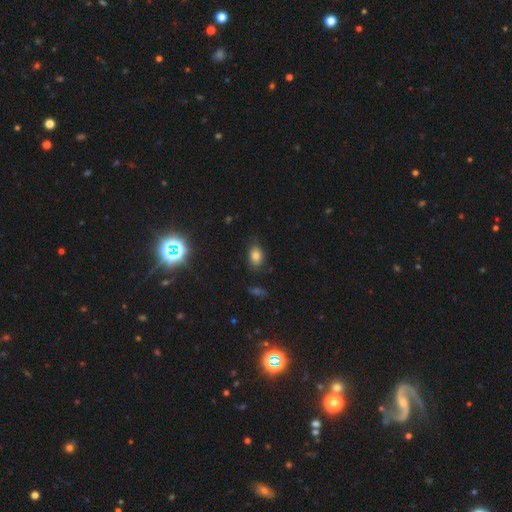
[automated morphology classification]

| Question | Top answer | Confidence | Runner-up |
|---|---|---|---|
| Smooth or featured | smooth | 77% | star or artifact (14%) |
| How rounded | in between | 79% | round (19%) |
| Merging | none | 76% | minor disturbance (17%) |